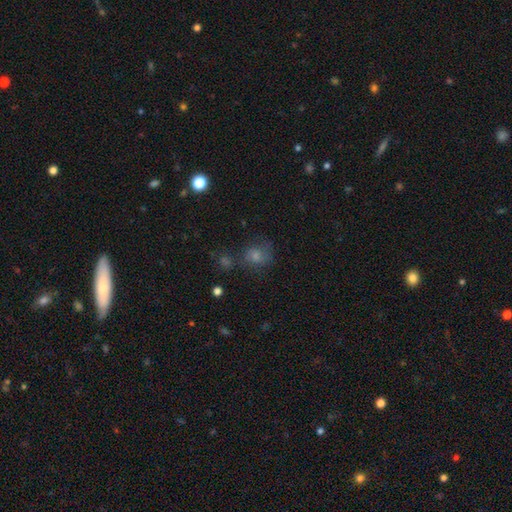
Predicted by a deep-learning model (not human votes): smooth 51%, star or artifact 30%, featured or disk 19%. Down the decision tree: how rounded — round (70%); merging — none (60%).